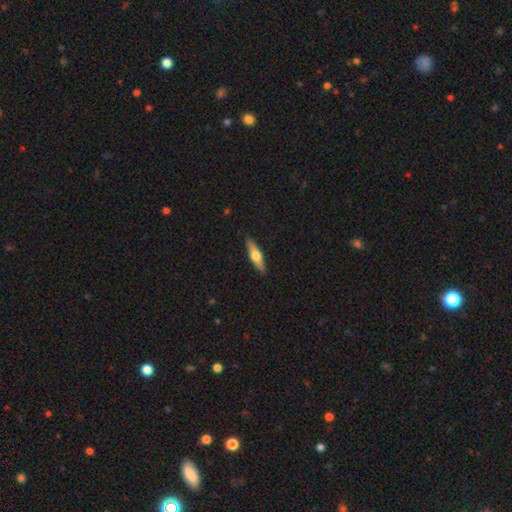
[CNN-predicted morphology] Smooth or featured? featured or disk (47%, tied with smooth)
Merging? none (89%)